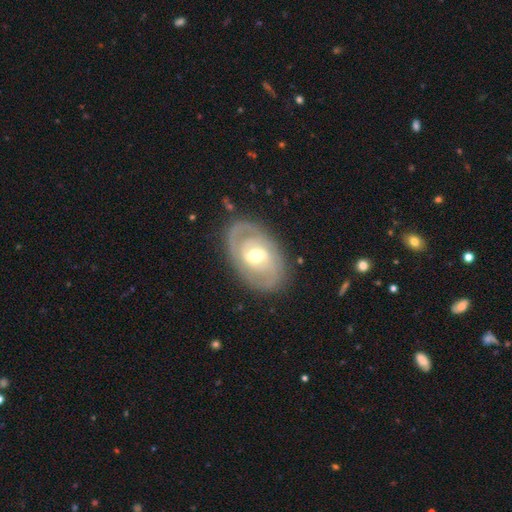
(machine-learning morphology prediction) featured or disk 82%, smooth 13%, star or artifact 5%. Down the decision tree: edge-on disk — no (95%); bar — weak (49%); spiral arms — yes (86%); spiral arm count — 2 (62%); spiral winding — tight (60%); bulge size — moderate (68%); merging — none (80%).